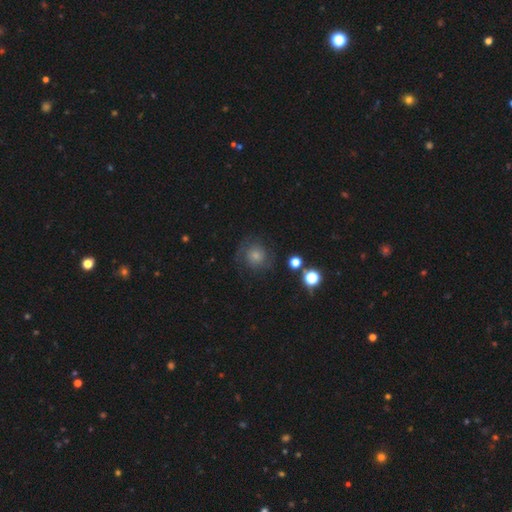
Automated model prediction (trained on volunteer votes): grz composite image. It shows a smooth galaxy with no disk features (52%) that is round (87%). Merging: none (69%).